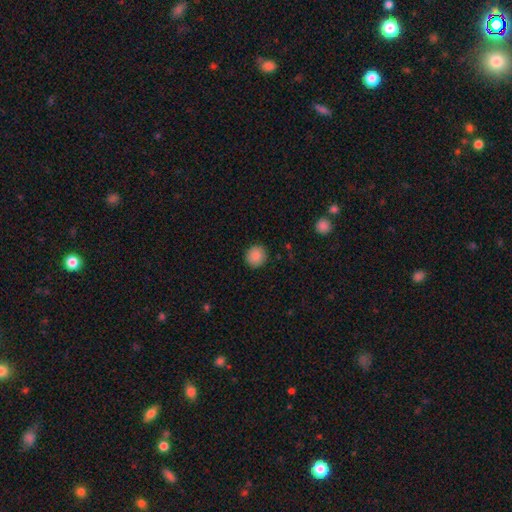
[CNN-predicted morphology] smooth_or_featured: smooth (p=0.88) [alt: star or artifact p=0.08]
how_rounded: round (p=0.91) [alt: in between p=0.08]
merging: none (p=0.91) [alt: minor disturbance p=0.06]